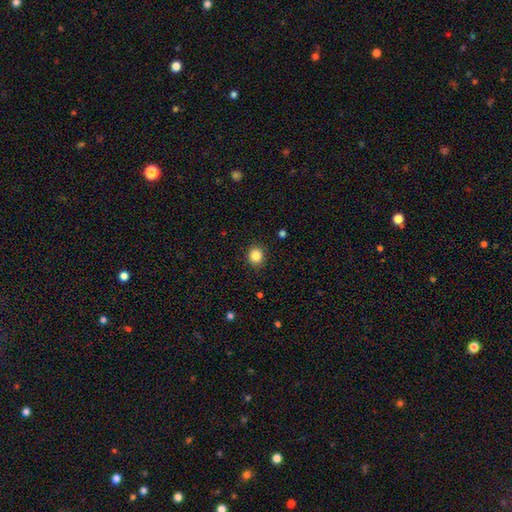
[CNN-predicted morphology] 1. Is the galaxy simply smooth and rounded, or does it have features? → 85% smooth, 10% star or artifact, 4% featured or disk.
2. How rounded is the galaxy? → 83% round, 16% in between, 1% cigar-shaped.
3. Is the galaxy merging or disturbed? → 91% none, 6% minor disturbance, 2% major disturbance, 1% merger.